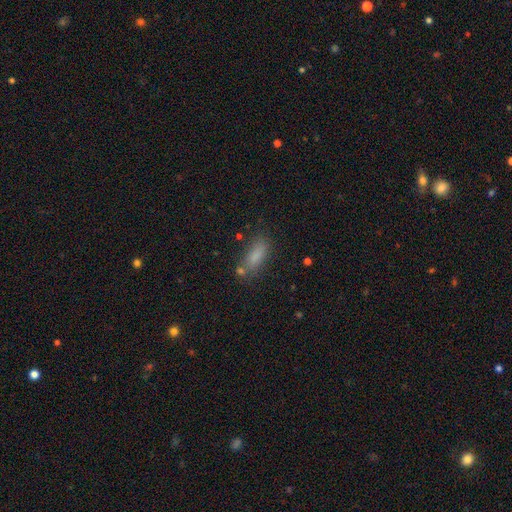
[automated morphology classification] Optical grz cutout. It shows a smooth galaxy with no disk features (80%) that is in between round and cigar-shaped (68%). Merging: none (69%).